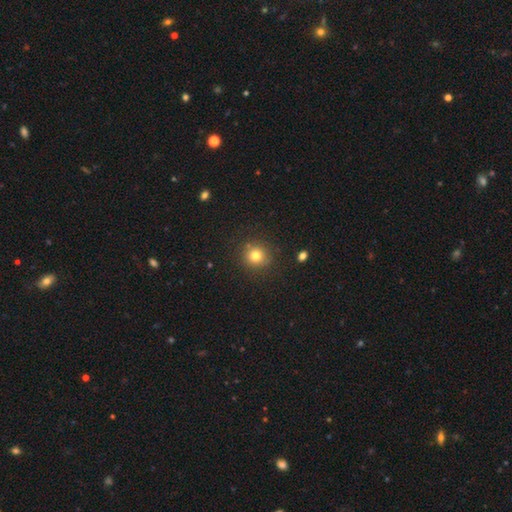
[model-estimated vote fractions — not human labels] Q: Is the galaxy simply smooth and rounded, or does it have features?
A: smooth — 78%.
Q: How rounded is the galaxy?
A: round — 91%.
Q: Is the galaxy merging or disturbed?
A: none — 87%.